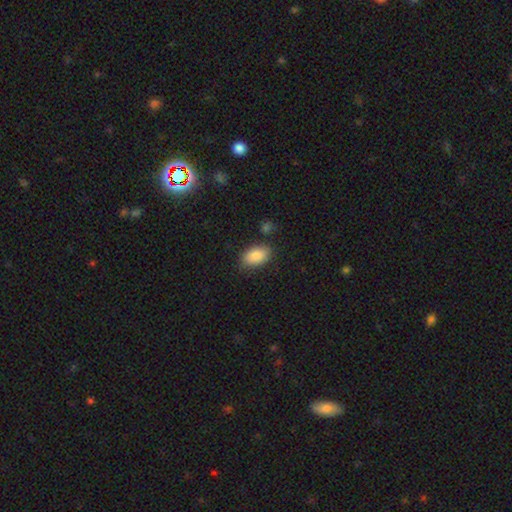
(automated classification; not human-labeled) smooth 87%, star or artifact 7%, featured or disk 6%. Down the decision tree: how rounded — in between (93%); merging — none (81%).